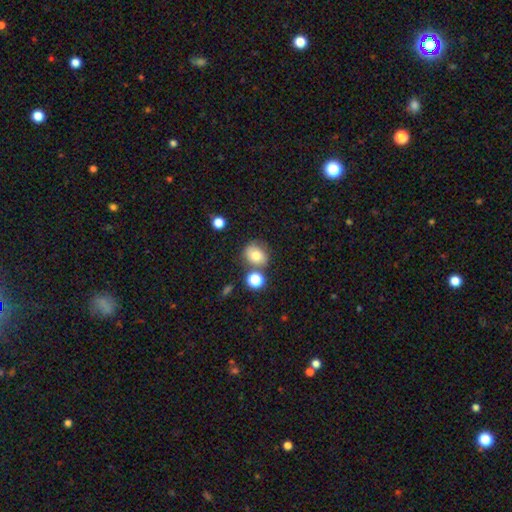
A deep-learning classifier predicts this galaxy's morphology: Smooth or featured? Predicted: smooth (p=0.74). How rounded? Predicted: round (p=0.64). Merging? Predicted: none (p=0.65).